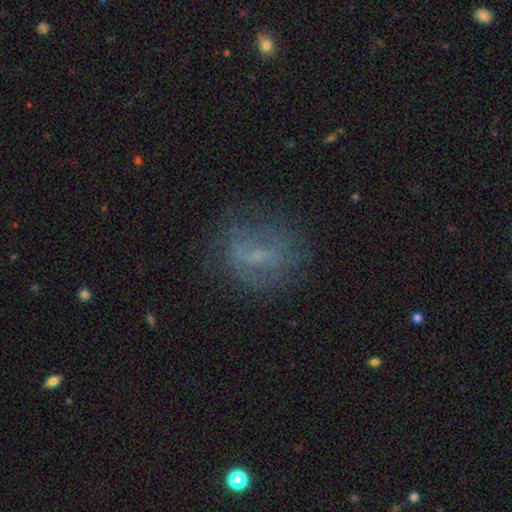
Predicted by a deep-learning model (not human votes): Overall: featured or disk (46%; smooth 39%). Merging: none (65%).